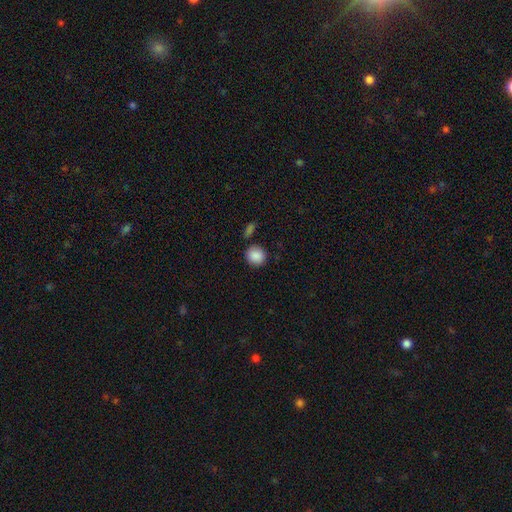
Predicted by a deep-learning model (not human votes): A smooth galaxy with no disk features (89%) that is round (86%).

Vote fractions:
- Smooth or featured? smooth: 89% / star or artifact: 8% / featured or disk: 3%
- How rounded? round: 86% / in between: 13% / cigar-shaped: 1%
- Merging? none: 82% / minor disturbance: 10% / merger: 5% / major disturbance: 3%